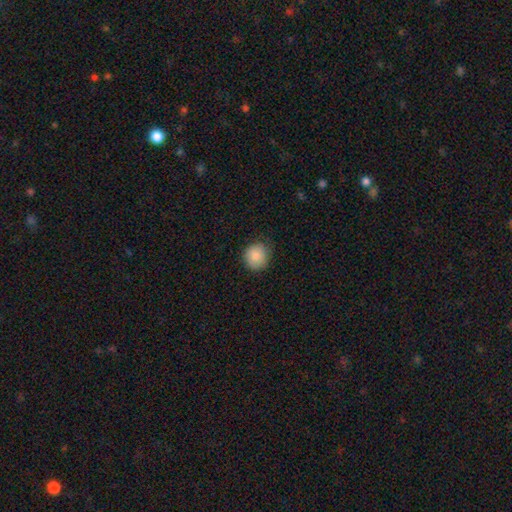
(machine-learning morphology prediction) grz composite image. It shows a smooth galaxy with no disk features (87%) that is round (87%). Merging: none (78%).